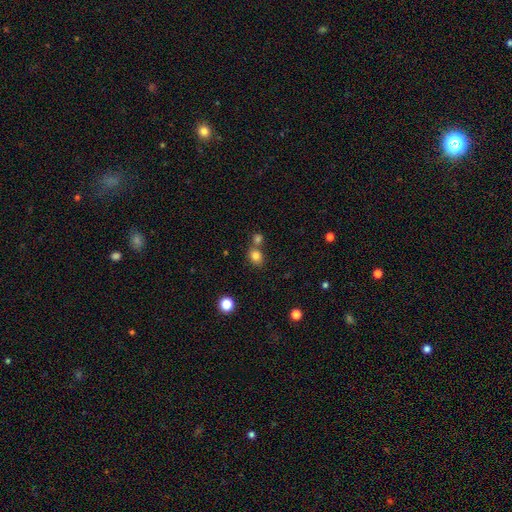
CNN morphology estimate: smooth_or_featured: smooth (p=0.81) [alt: star or artifact p=0.13]
how_rounded: round (p=0.59) [alt: in between p=0.40]
merging: none (p=0.60) [alt: merger p=0.27]